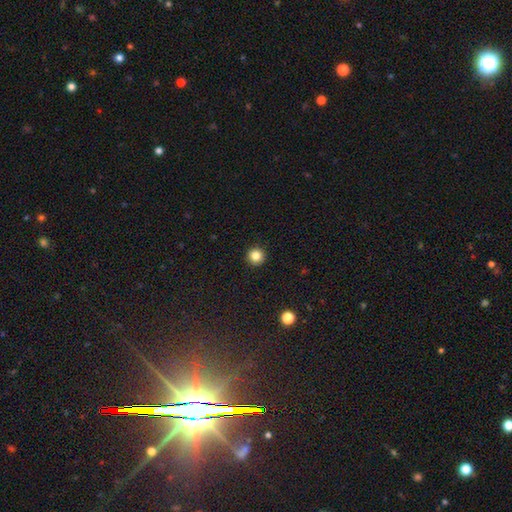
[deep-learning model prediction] A smooth galaxy with no disk features (84%) that is round (96%). Merging: none (93%).